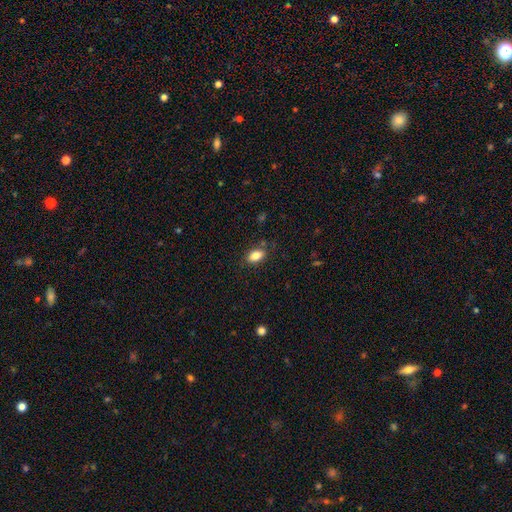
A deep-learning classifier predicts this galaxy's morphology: type=smooth (85%); roundness=in between (89%); merging=none (84%).